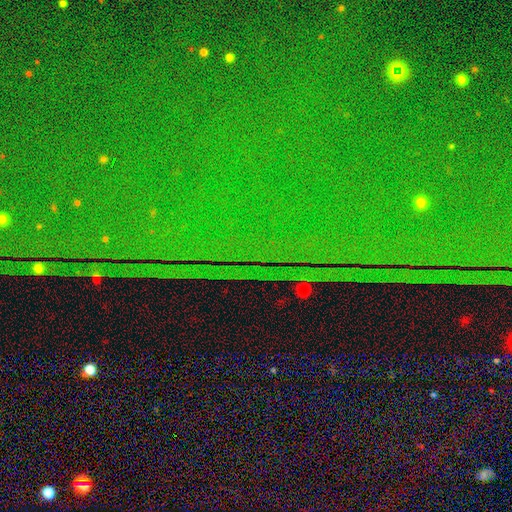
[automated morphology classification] Smooth or featured?
  - star or artifact: 88% *
  - featured or disk: 6%
  - smooth: 6%